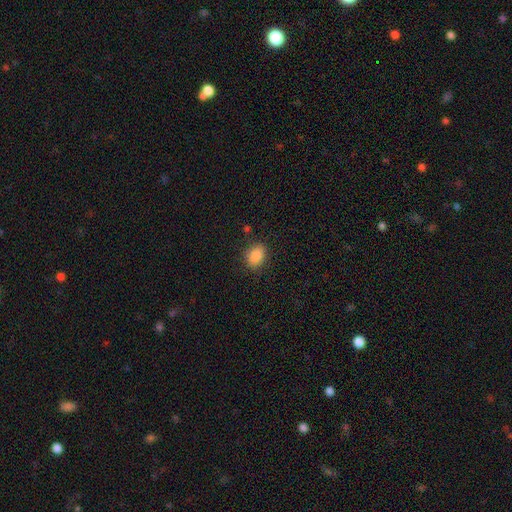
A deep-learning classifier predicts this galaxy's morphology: smooth_or_featured: smooth (p=0.87) [alt: star or artifact p=0.09]
how_rounded: in between (p=0.70) [alt: round p=0.29]
merging: none (p=0.83) [alt: minor disturbance p=0.12]